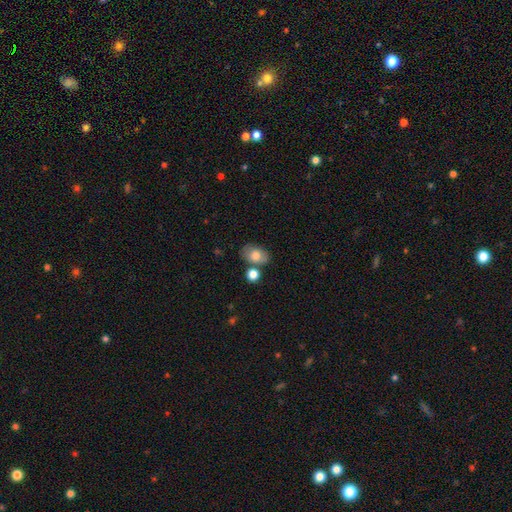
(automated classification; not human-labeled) smooth_or_featured: smooth (p=0.77) [alt: featured or disk p=0.15]
how_rounded: in between (p=0.80) [alt: round p=0.18]
merging: none (p=0.67) [alt: merger p=0.15]